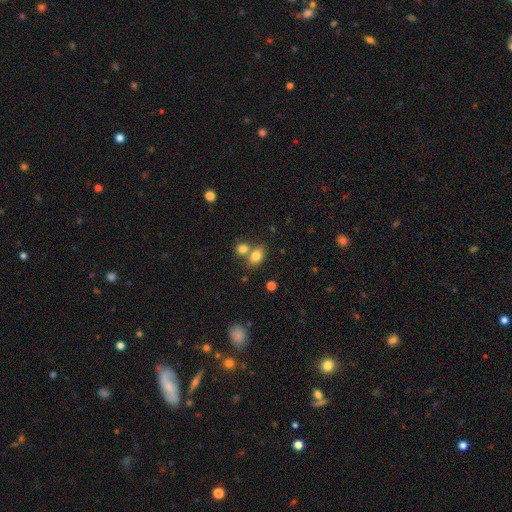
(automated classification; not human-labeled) smooth-or-featured: smooth: 81% | star or artifact: 10% | featured or disk: 9%
  how-rounded: in between: 76% | round: 23% | cigar-shaped: 2%
  merging: none: 48% | merger: 38% | minor disturbance: 11% | major disturbance: 4%